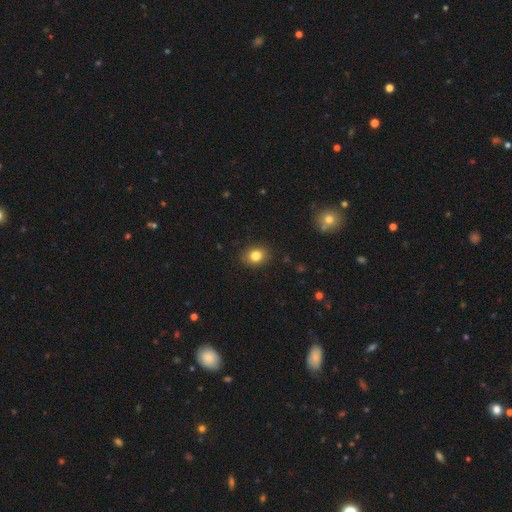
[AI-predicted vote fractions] Smooth or featured?
  - smooth: 82% *
  - star or artifact: 11%
  - featured or disk: 7%
How rounded?
  - round: 58% *
  - in between: 41%
  - cigar-shaped: 1%
Merging?
  - none: 88% *
  - minor disturbance: 8%
  - major disturbance: 2%
  - merger: 1%